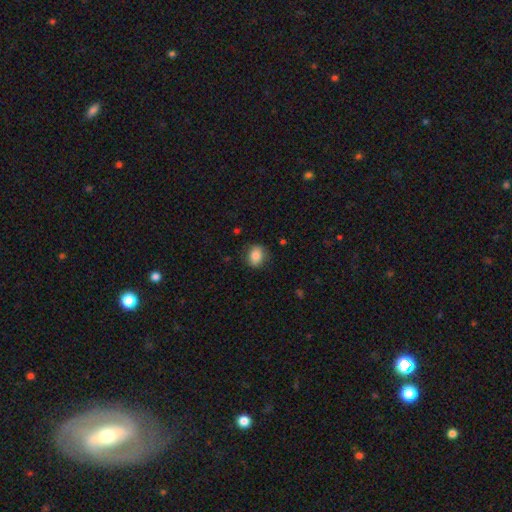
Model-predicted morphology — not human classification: Smooth or featured? Predicted: smooth (p=0.81). How rounded? Predicted: round (p=0.50). Merging? Predicted: none (p=0.81).